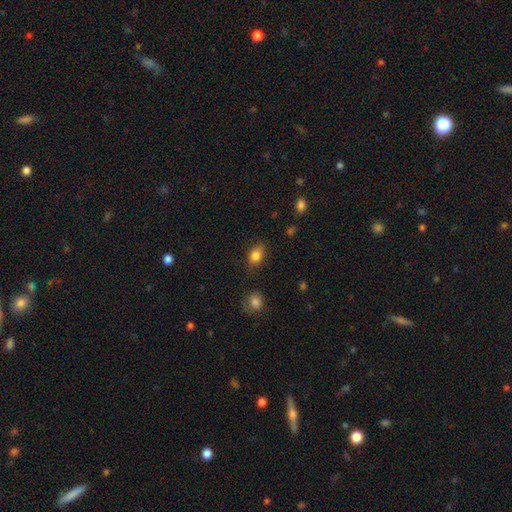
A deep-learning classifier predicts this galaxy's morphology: smooth-or-featured: smooth: 83% | star or artifact: 9% | featured or disk: 8%
  how-rounded: in between: 80% | round: 18% | cigar-shaped: 2%
  merging: none: 79% | minor disturbance: 15% | major disturbance: 4% | merger: 2%